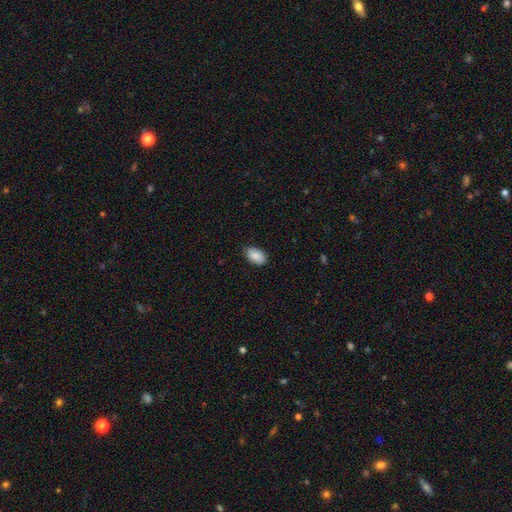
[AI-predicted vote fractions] smooth_or_featured: smooth (p=0.86) [alt: featured or disk p=0.07]
how_rounded: in between (p=0.93) [alt: round p=0.05]
merging: none (p=0.79) [alt: minor disturbance p=0.17]